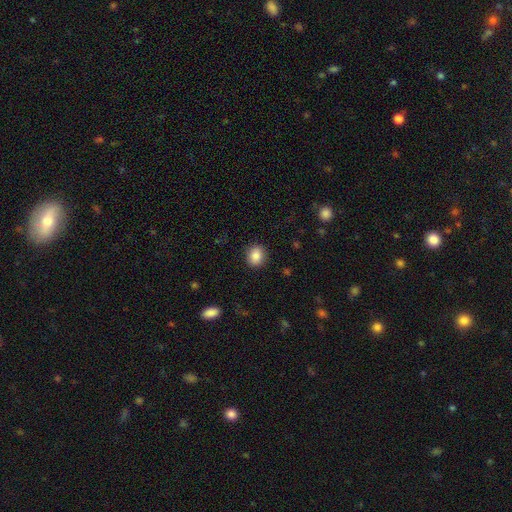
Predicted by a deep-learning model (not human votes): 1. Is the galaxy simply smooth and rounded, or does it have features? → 86% smooth, 9% star or artifact, 5% featured or disk.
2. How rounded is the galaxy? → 61% round, 38% in between, 1% cigar-shaped.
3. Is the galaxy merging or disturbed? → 89% none, 7% minor disturbance, 2% major disturbance, 1% merger.